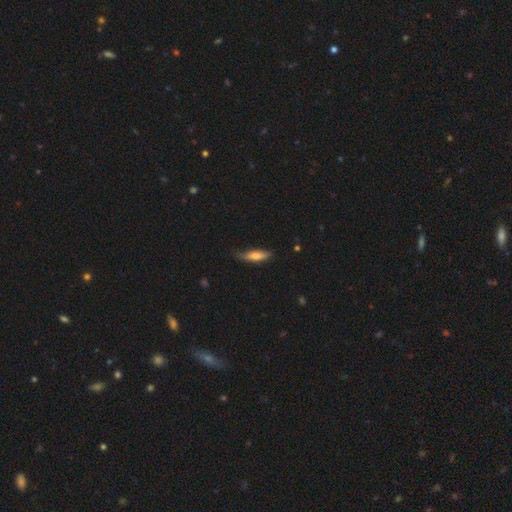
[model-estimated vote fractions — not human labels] The model was most divided on "how rounded": cigar-shaped: 64%, in between: 34%, round: 2%. More confident: smooth or featured — smooth (71%); merging — none (64%).